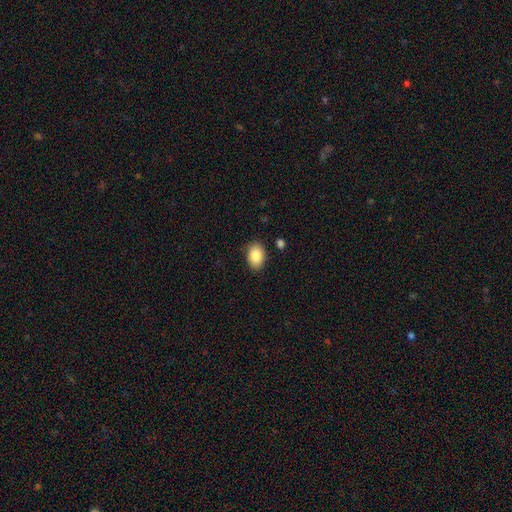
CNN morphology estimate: Q: Smooth or featured?
A: smooth (86%); runner-up: star or artifact (7%)
Q: How rounded?
A: in between (83%); runner-up: round (16%)
Q: Merging?
A: none (86%); runner-up: minor disturbance (10%)